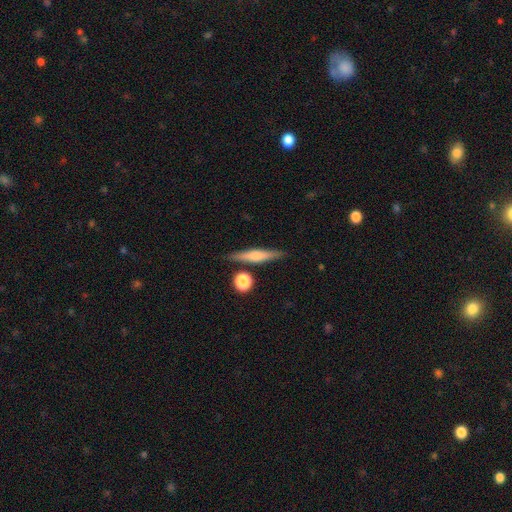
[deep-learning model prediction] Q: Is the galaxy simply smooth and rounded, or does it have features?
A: featured or disk — 48%.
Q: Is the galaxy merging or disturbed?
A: none — 83%.